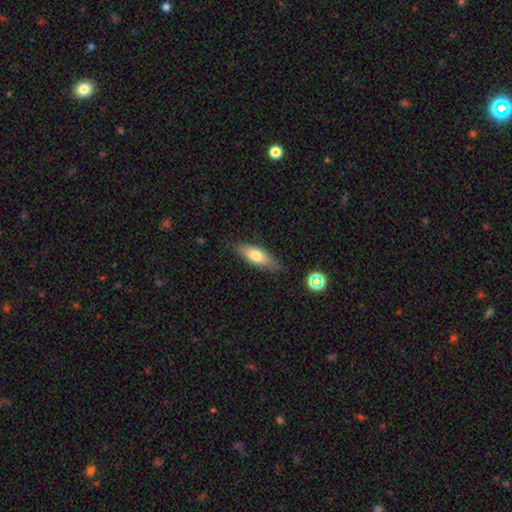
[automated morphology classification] Smooth or featured? smooth (71%)
How rounded? in between (59%)
Merging? none (77%)